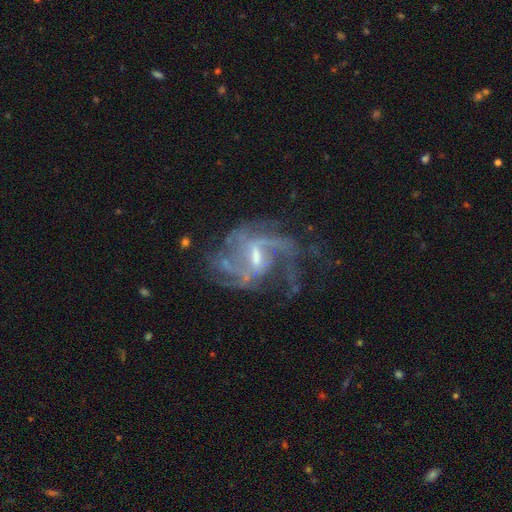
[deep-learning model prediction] smooth-or-featured: featured or disk: 87% | star or artifact: 8% | smooth: 5%
  disk-edge-on: no: 98% | yes: 2%
    bar: weak: 56% | strong: 28% | no: 15%
    has-spiral-arms: yes: 93% | no: 7%
      spiral-winding: medium: 45% | loose: 40% | tight: 15%
      spiral-arm-count: 2: 35% | can't tell: 22% | 3: 20% | 4: 9% | 1: 7% | more than 4: 6%
    bulge-size: moderate: 43% | small: 41% | none: 10% | large: 4% | dominant: 1%
  merging: none: 49% | major disturbance: 29% | minor disturbance: 18% | merger: 4%